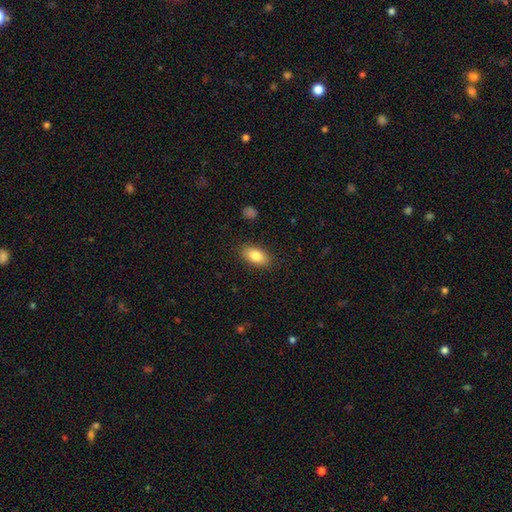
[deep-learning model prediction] A smooth galaxy with no disk features (84%) that is in between round and cigar-shaped (91%). Merging: none (87%).